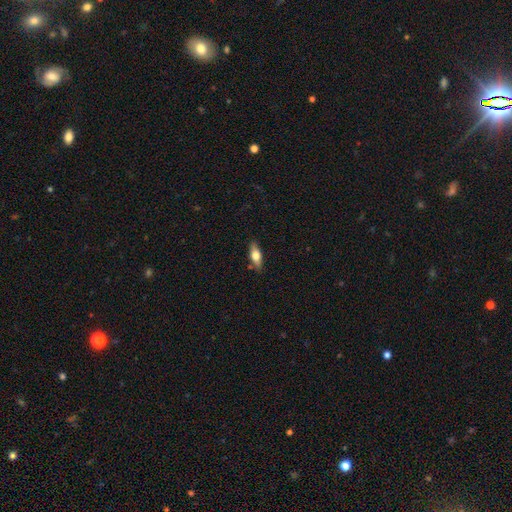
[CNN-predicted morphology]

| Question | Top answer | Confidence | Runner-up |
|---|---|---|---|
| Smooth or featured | smooth | 62% | featured or disk (32%) |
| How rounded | in between | 66% | cigar-shaped (31%) |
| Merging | none | 83% | minor disturbance (12%) |